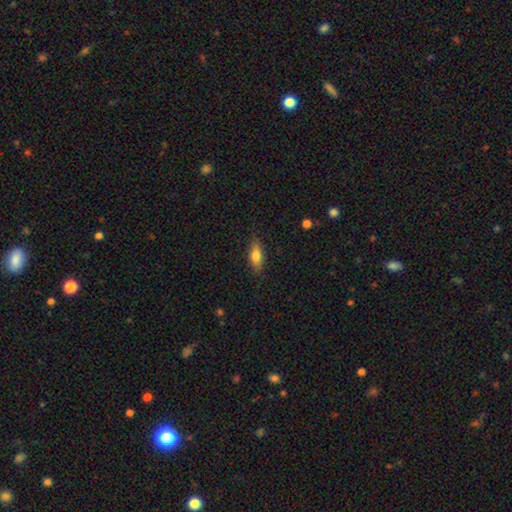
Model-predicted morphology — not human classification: The model was most divided on "how rounded": in between: 63%, cigar-shaped: 33%, round: 3%. More confident: merging — none (83%); smooth or featured — smooth (73%).